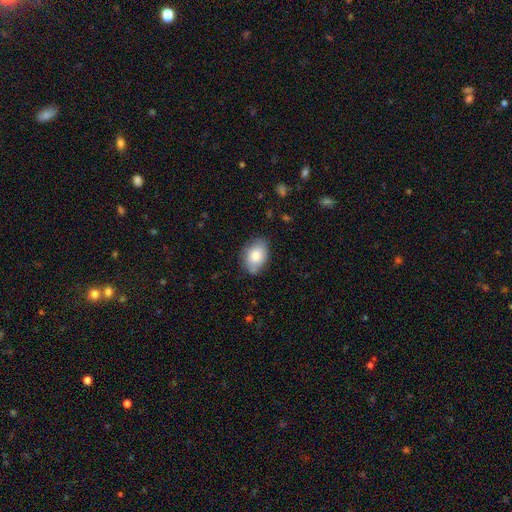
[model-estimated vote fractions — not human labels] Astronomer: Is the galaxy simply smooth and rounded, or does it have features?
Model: smooth — 78%.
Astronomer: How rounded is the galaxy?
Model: in between — 84%.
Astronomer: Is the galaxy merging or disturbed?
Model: none — 74%.